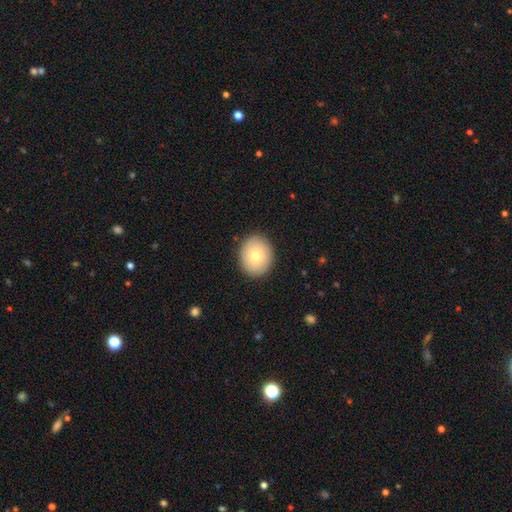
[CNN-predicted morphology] The model was most divided on "how rounded": round: 62%, in between: 38%, cigar-shaped: 1%. More confident: merging — none (88%); smooth or featured — smooth (76%).